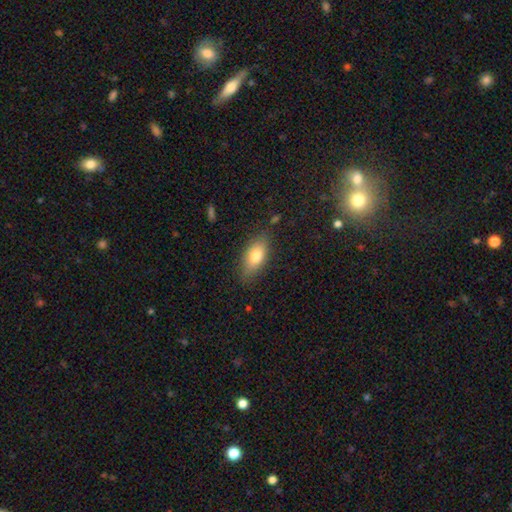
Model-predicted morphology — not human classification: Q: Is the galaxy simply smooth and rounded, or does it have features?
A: smooth — 77%.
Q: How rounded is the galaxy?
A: in between — 85%.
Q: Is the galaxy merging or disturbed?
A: none — 80%.